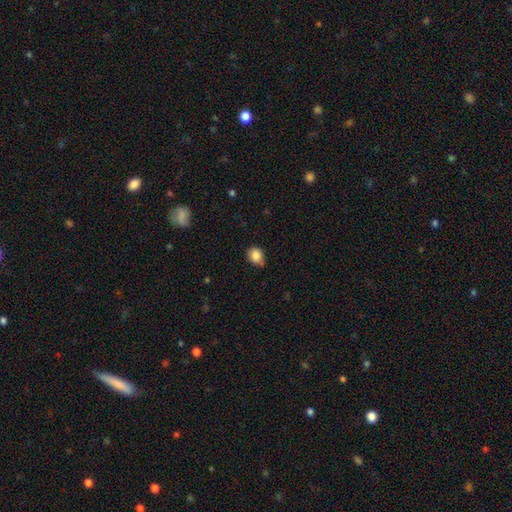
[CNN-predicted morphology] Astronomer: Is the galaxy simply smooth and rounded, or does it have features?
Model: smooth — 86%.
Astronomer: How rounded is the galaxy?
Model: round — 61% (runner-up: in between, 38%).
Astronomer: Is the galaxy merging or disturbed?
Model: none — 64%.